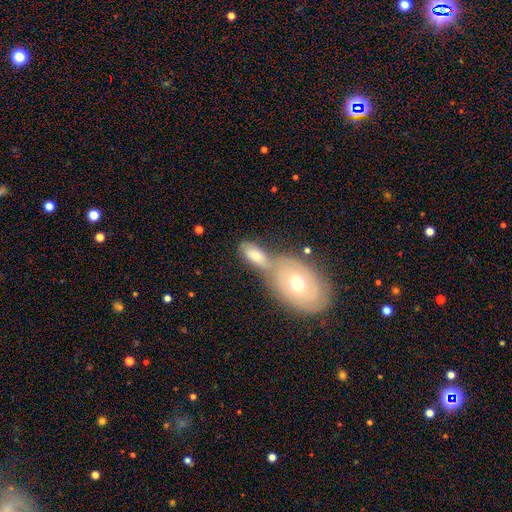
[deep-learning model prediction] Overall: smooth (61%; featured or disk 31%). How rounded: in between (85%). Merging: merger (54%; none 31%).